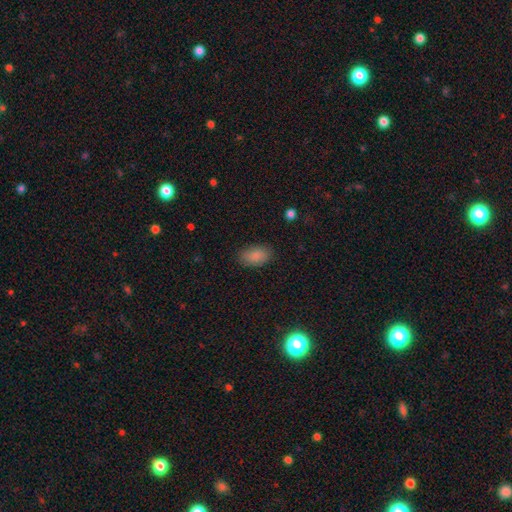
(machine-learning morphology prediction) A smooth galaxy with no disk features (87%) that is in between round and cigar-shaped (92%).

Vote fractions:
- Smooth or featured? smooth: 87% / star or artifact: 8% / featured or disk: 5%
- How rounded? in between: 92% / round: 5% / cigar-shaped: 2%
- Merging? none: 85% / minor disturbance: 11% / major disturbance: 3% / merger: 1%